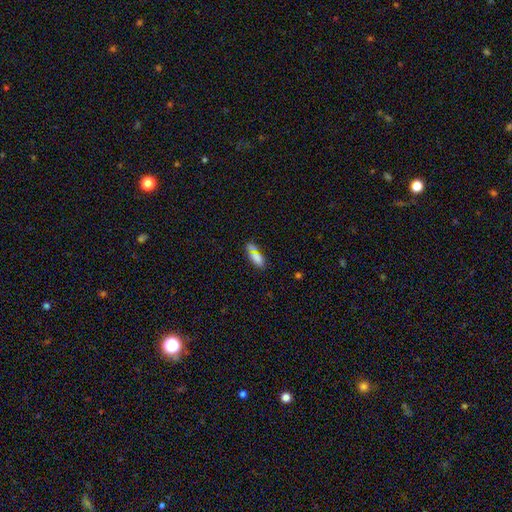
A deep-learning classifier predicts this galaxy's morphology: Smooth or featured? smooth (77%)
How rounded? in between (77%)
Merging? none (76%)